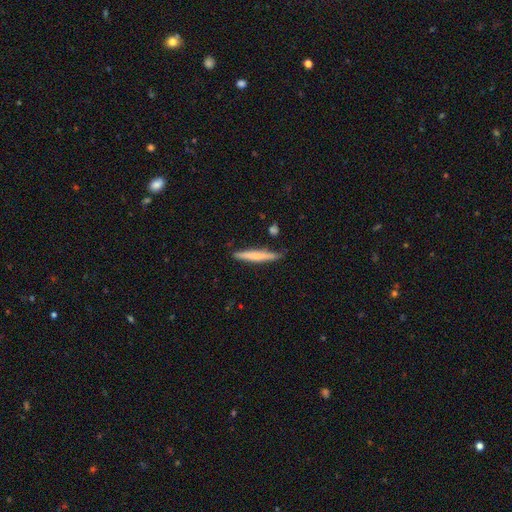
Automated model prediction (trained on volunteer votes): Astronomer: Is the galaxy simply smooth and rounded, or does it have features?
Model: smooth — 65%.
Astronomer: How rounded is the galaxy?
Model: cigar-shaped — 95%.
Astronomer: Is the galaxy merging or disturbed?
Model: none — 83%.